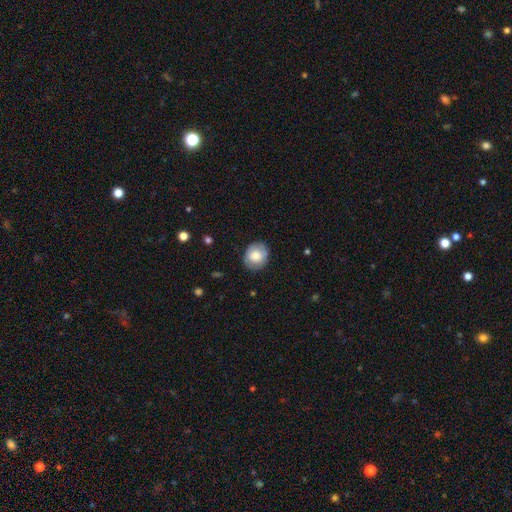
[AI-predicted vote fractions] Overall: smooth (73%). How rounded: round (64%; in between 35%). Merging: none (82%).